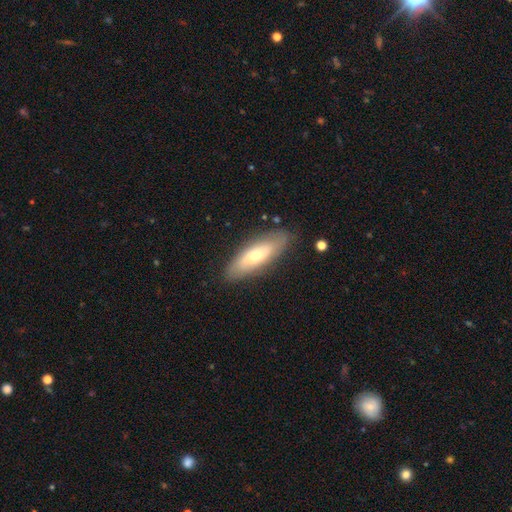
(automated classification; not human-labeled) Smooth or featured?
  - smooth: 48% *
  - featured or disk: 46%
  - star or artifact: 6%
Merging?
  - none: 83% *
  - minor disturbance: 12%
  - major disturbance: 3%
  - merger: 1%